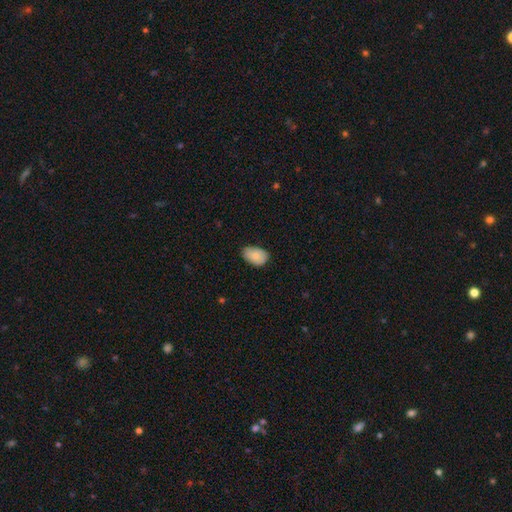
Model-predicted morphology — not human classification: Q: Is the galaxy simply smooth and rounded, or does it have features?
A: smooth — 85%.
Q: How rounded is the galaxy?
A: in between — 88%.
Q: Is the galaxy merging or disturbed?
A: none — 66%.